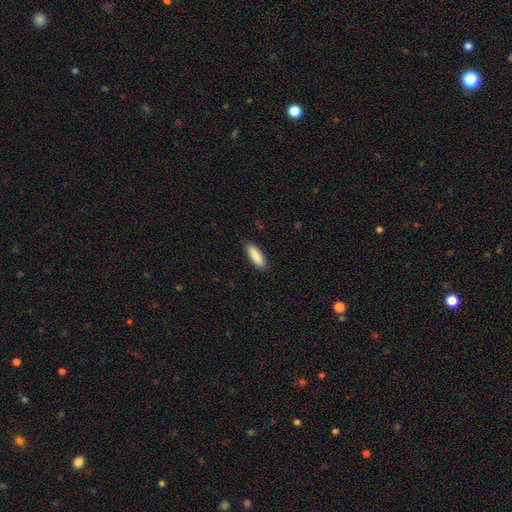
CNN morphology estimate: A smooth galaxy with no disk features (88%) that is in between round and cigar-shaped (56%). Merging: none (89%).